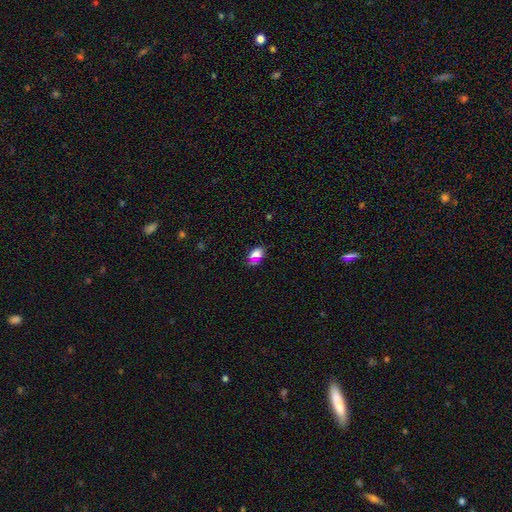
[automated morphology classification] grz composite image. It shows a smooth galaxy with no disk features (71%) that is in between round and cigar-shaped (80%). Merging: none (68%).